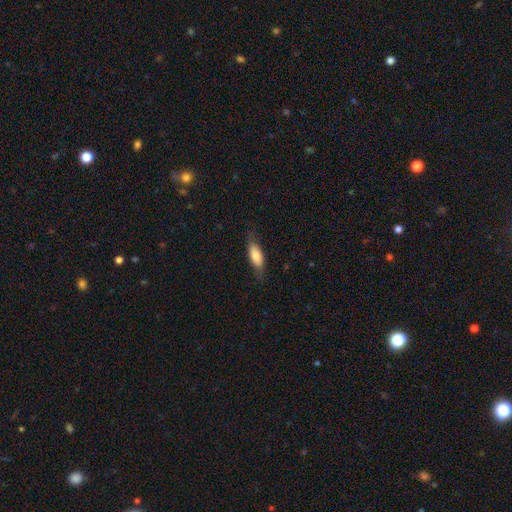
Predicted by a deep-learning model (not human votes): Q: Smooth or featured?
A: smooth (72%); runner-up: featured or disk (21%)
Q: How rounded?
A: in between (71%); runner-up: cigar-shaped (27%)
Q: Merging?
A: none (73%); runner-up: minor disturbance (19%)